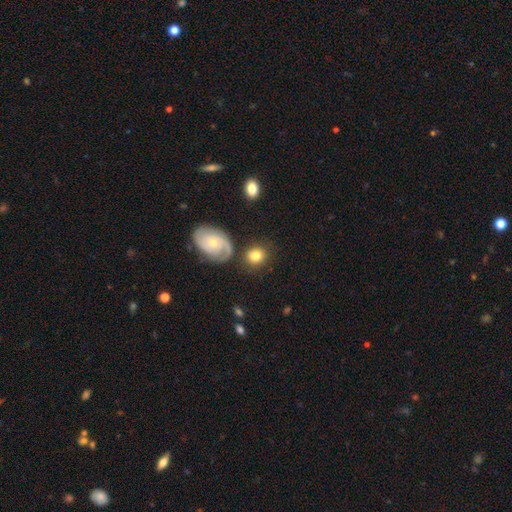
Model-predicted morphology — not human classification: Smooth or featured?
  - smooth: 72% *
  - featured or disk: 19%
  - star or artifact: 9%
How rounded?
  - round: 69% *
  - in between: 29%
  - cigar-shaped: 1%
Merging?
  - none: 73% *
  - minor disturbance: 13%
  - merger: 8%
  - major disturbance: 5%